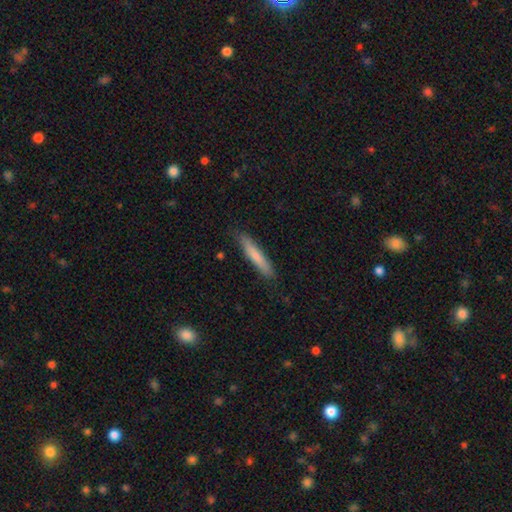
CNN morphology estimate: Overall: smooth (75%). How rounded: cigar-shaped (92%). Merging: none (86%).